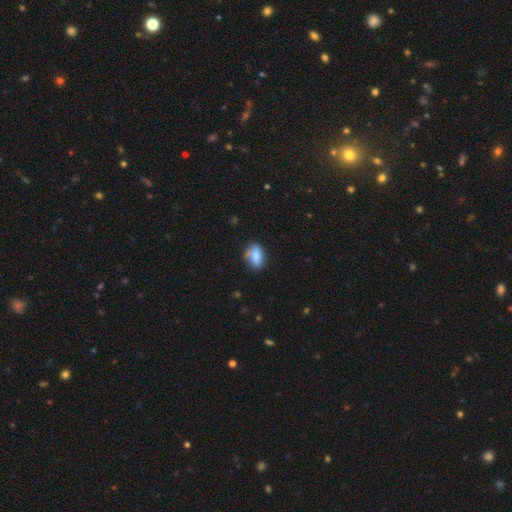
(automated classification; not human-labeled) smooth_or_featured: smooth (p=0.82) [alt: featured or disk p=0.10]
how_rounded: in between (p=0.86) [alt: round p=0.11]
merging: none (p=0.60) [alt: minor disturbance p=0.29]